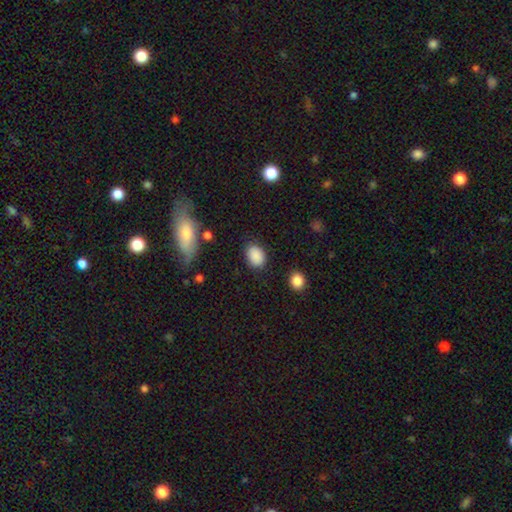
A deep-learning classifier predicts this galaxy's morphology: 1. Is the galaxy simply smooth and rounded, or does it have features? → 88% smooth, 8% star or artifact, 4% featured or disk.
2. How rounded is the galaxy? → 75% in between, 24% round, 1% cigar-shaped.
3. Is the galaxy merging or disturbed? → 81% none, 13% minor disturbance, 4% major disturbance, 2% merger.